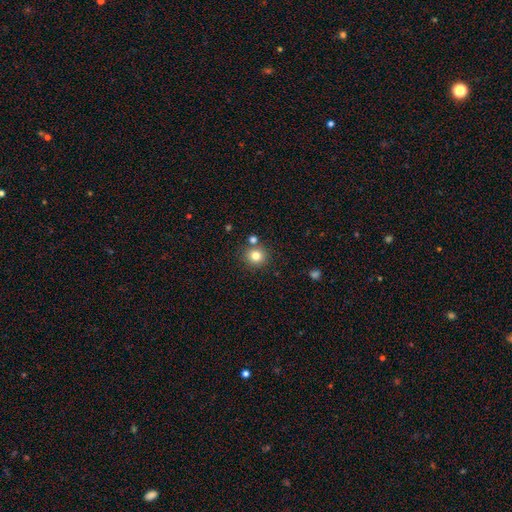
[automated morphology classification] Smooth or featured?
  - smooth: 80% *
  - star or artifact: 13%
  - featured or disk: 7%
How rounded?
  - round: 91% *
  - in between: 8%
  - cigar-shaped: 1%
Merging?
  - none: 80% *
  - merger: 10%
  - minor disturbance: 8%
  - major disturbance: 2%